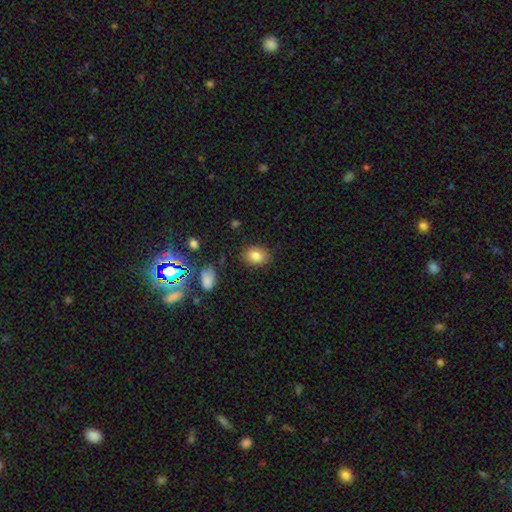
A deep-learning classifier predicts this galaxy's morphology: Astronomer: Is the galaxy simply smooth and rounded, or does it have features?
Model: smooth — 82%.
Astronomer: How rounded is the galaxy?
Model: in between — 67%.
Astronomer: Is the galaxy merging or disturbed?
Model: none — 83%.